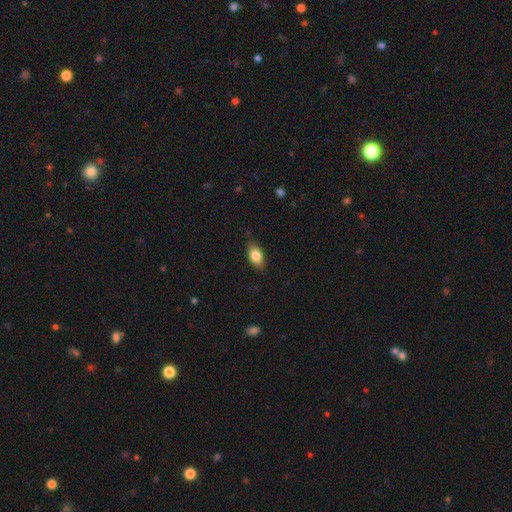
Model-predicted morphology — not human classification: Smooth or featured: smooth — 82% (featured or disk — 10%)
How rounded: in between — 88% (round — 8%)
Merging: none — 81% (minor disturbance — 16%)